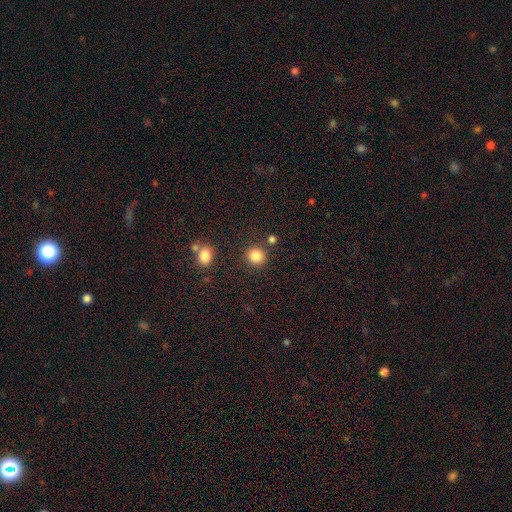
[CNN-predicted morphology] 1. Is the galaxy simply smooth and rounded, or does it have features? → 85% smooth, 11% star or artifact, 4% featured or disk.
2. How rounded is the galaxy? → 91% round, 8% in between, 1% cigar-shaped.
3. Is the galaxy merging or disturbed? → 84% none, 7% minor disturbance, 6% merger, 3% major disturbance.